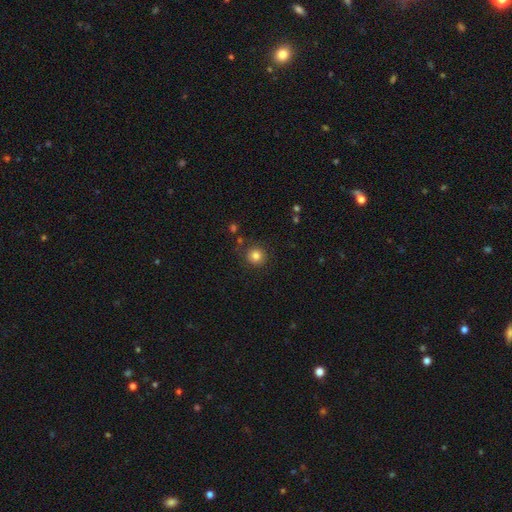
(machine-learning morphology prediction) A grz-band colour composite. It shows a smooth galaxy with no disk features (83%) that is round (92%). Merging: none (85%).